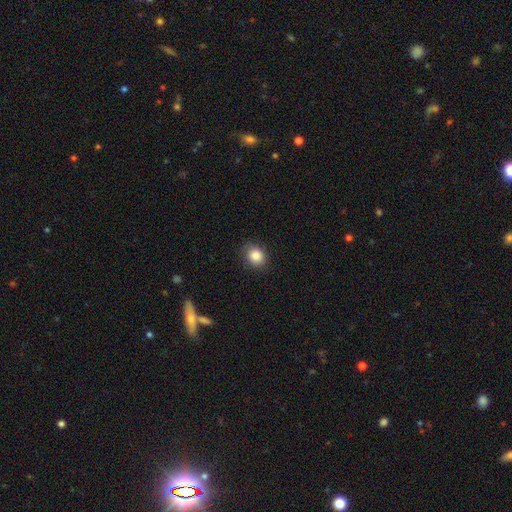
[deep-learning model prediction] A smooth galaxy with no disk features (85%) that is round (65%). Merging: none (83%).